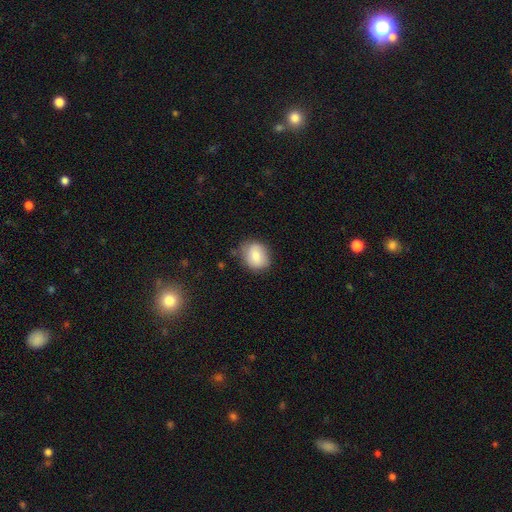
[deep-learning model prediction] Smooth or featured? smooth (78%)
How rounded? round (61%)
Merging? none (75%)